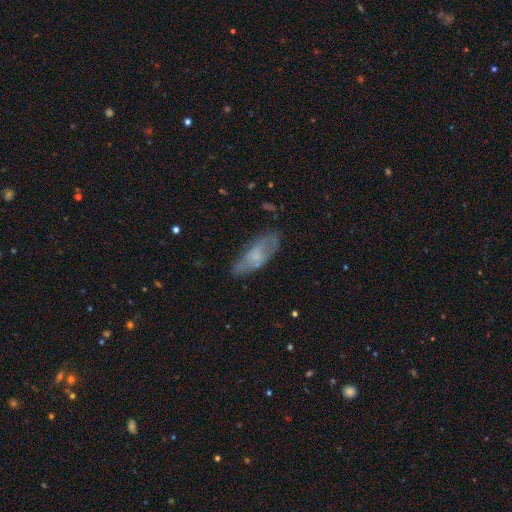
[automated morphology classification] A smooth galaxy with no disk features (55%) that is in between round and cigar-shaped (69%).

Vote fractions:
- Smooth or featured? smooth: 55% / featured or disk: 37% / star or artifact: 8%
- How rounded? in between: 69% / cigar-shaped: 29% / round: 2%
- Merging? none: 60% / minor disturbance: 26% / major disturbance: 11% / merger: 3%